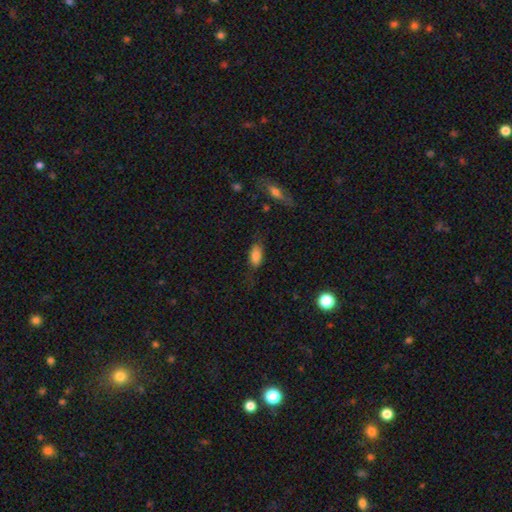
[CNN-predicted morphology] This is clearly a smooth galaxy (80%). How rounded: clearly in between (87%). Merging: likely none (64%).